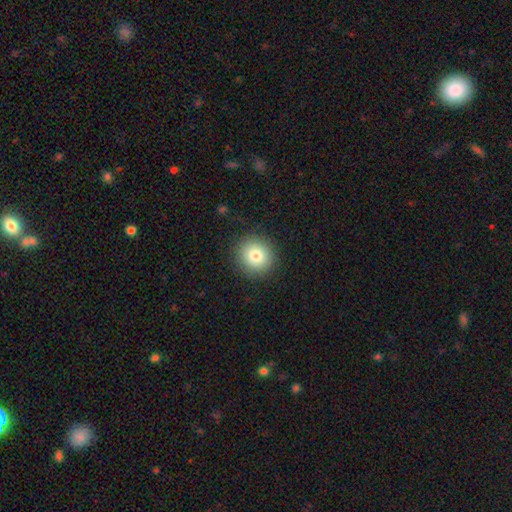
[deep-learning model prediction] A smooth galaxy with no disk features (80%) that is round (92%).

Vote fractions:
- Smooth or featured? smooth: 80% / star or artifact: 11% / featured or disk: 9%
- How rounded? round: 92% / in between: 7% / cigar-shaped: 1%
- Merging? none: 90% / minor disturbance: 6% / major disturbance: 2% / merger: 1%